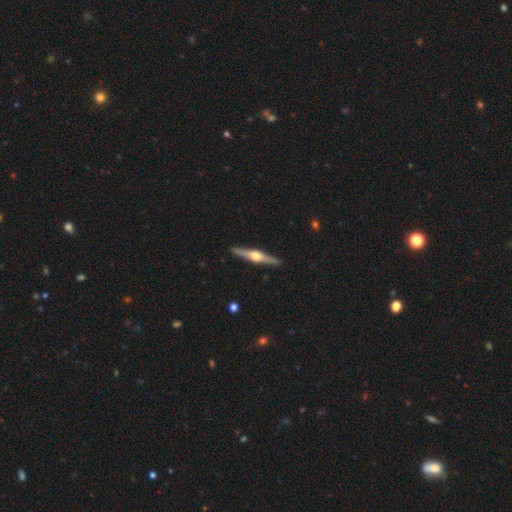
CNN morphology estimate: Q: Smooth or featured?
A: featured or disk (84%); runner-up: smooth (11%)
Q: Edge-on disk?
A: yes (98%); runner-up: no (2%)
Q: Edge-on bulge?
A: rounded (96%); runner-up: boxy (3%)
Q: Merging?
A: none (92%); runner-up: minor disturbance (5%)